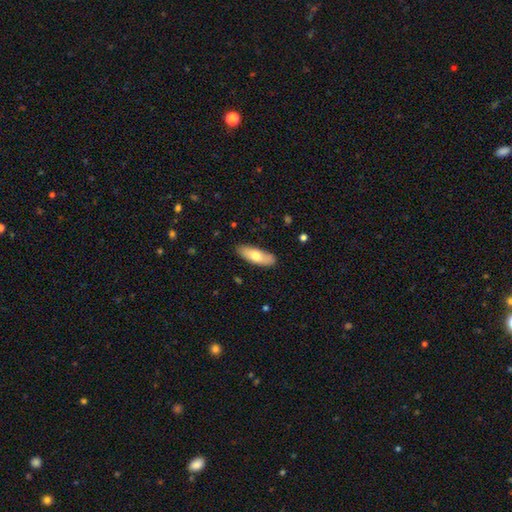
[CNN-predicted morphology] Smooth or featured? Predicted: smooth (p=0.69). How rounded? Predicted: in between (p=0.67). Merging? Predicted: none (p=0.83).